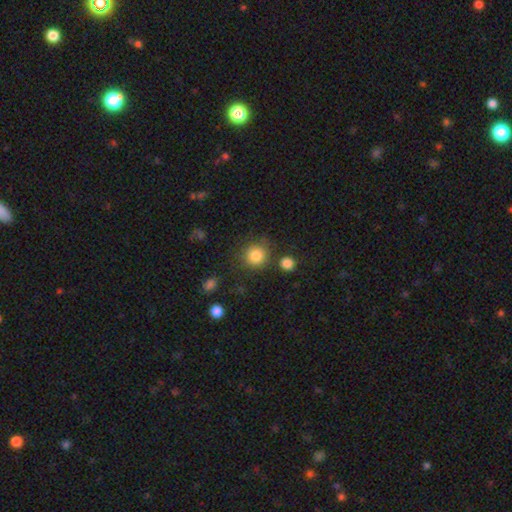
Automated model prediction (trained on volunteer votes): This appears to be a smooth galaxy with no disk features (84%) that is round (92%). Merging: none (78%).